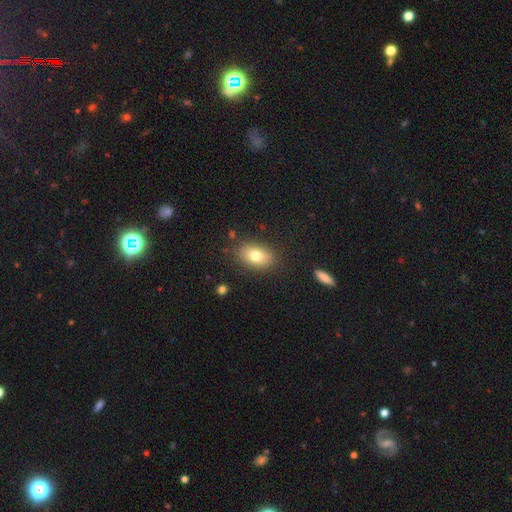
smooth_or_featured: smooth (p=0.78) [alt: featured or disk p=0.22]
how_rounded: in between (p=0.69) [alt: round p=0.28]
merging: none (p=0.92) [alt: minor disturbance p=0.05]